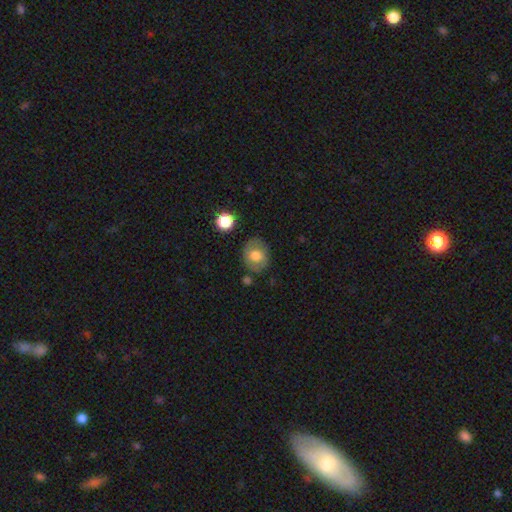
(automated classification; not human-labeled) A smooth galaxy with no disk features (70%) that is round (55%). Merging: none (78%).